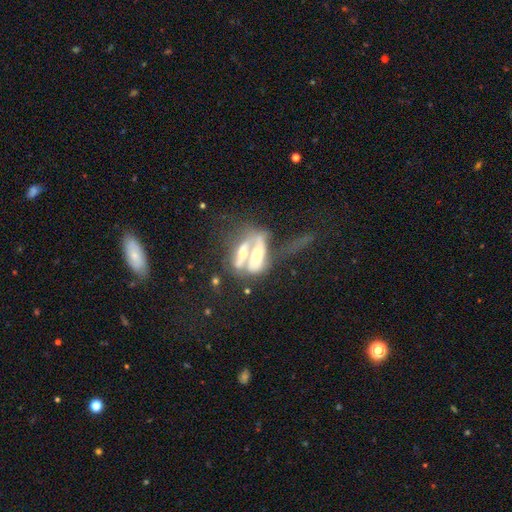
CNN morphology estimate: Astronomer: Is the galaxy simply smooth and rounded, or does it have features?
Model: featured or disk — 57% (runner-up: smooth, 33%).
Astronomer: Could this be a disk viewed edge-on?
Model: no — 71%.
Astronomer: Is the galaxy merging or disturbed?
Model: merger — 67%.